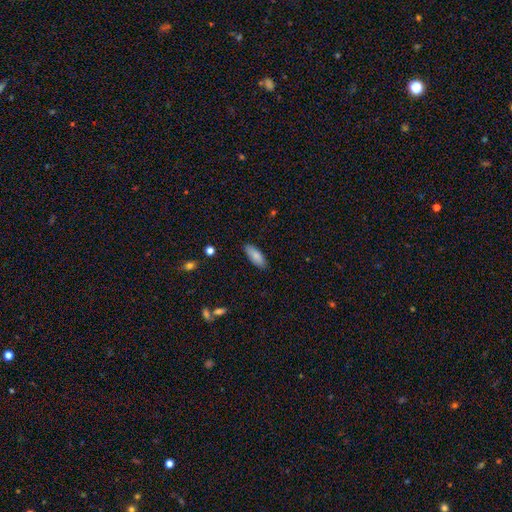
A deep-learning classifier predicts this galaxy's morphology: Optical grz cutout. It shows a smooth galaxy with no disk features (85%) that is in between round and cigar-shaped (71%). Merging: none (87%).